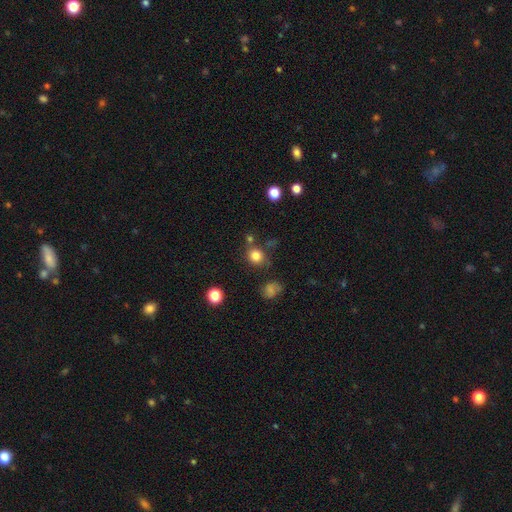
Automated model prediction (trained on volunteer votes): A smooth galaxy with no disk features (80%) that is round (83%). Merging: none (72%).